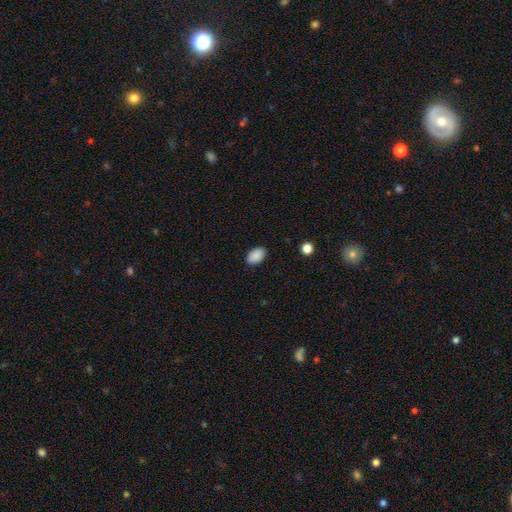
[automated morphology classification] smooth 90%, star or artifact 7%, featured or disk 3%. Down the decision tree: how rounded — in between (91%); merging — none (89%).